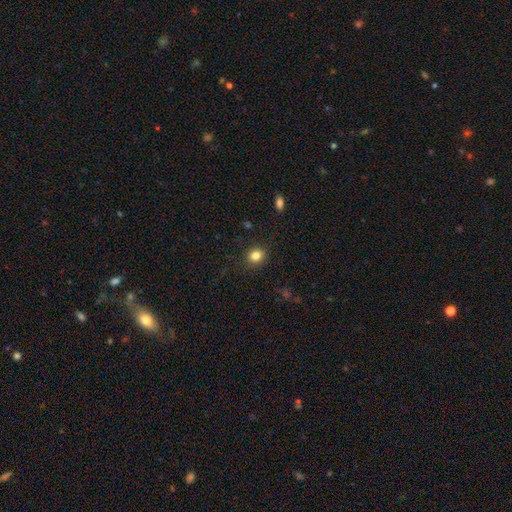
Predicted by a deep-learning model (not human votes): Overall: smooth (82%). How rounded: round (77%). Merging: none (88%).